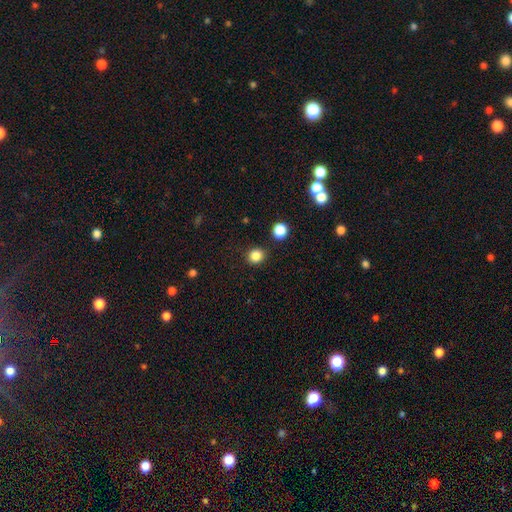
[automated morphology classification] The model was most divided on "how rounded": round: 85%, in between: 14%, cigar-shaped: 1%. More confident: merging — none (87%); smooth or featured — smooth (84%).